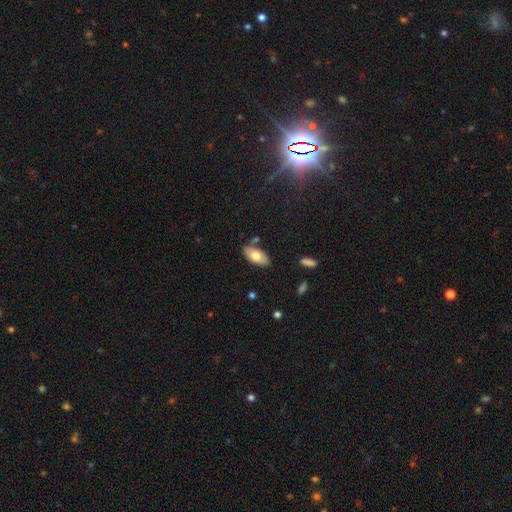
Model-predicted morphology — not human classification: A smooth galaxy with no disk features (72%) that is in between round and cigar-shaped (93%).

Vote fractions:
- Smooth or featured? smooth: 72% / featured or disk: 21% / star or artifact: 6%
- How rounded? in between: 93% / cigar-shaped: 5% / round: 2%
- Merging? none: 79% / minor disturbance: 14% / merger: 5% / major disturbance: 3%